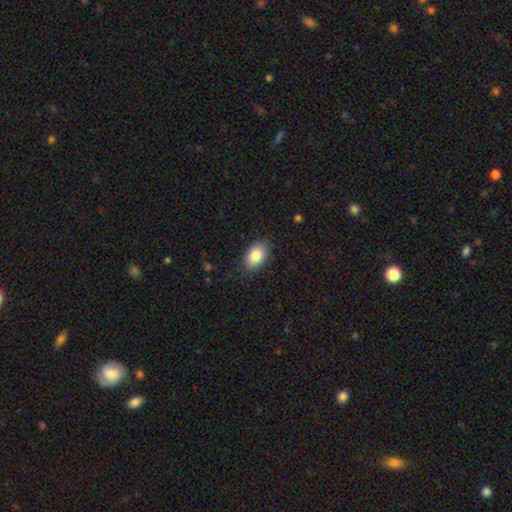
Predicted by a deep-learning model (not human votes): Smooth or featured? smooth (84%)
How rounded? in between (89%)
Merging? none (84%)